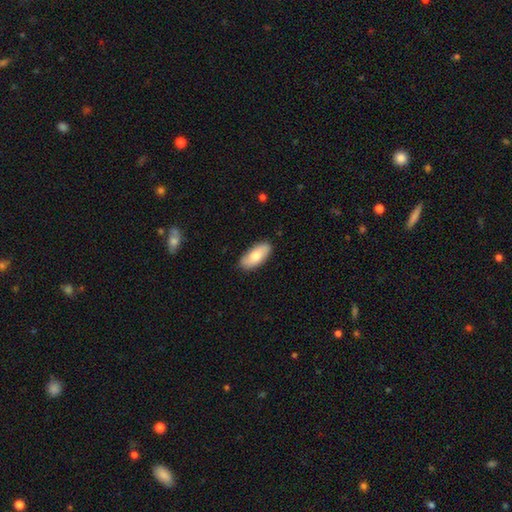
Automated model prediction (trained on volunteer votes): smooth 74%, featured or disk 21%, star or artifact 6%. Down the decision tree: how rounded — in between (89%); merging — none (86%).